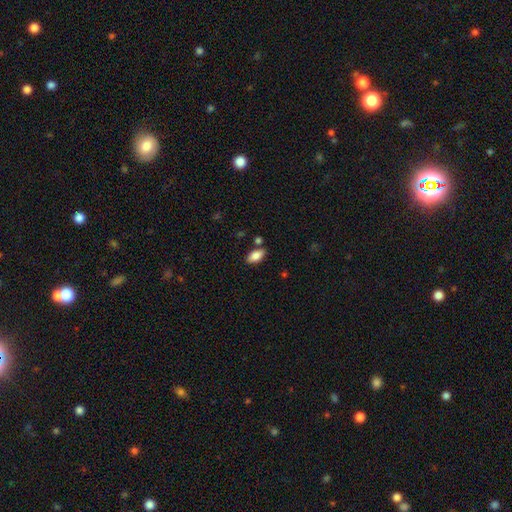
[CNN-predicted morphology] Smooth or featured? smooth (85%)
How rounded? in between (92%)
Merging? none (80%)